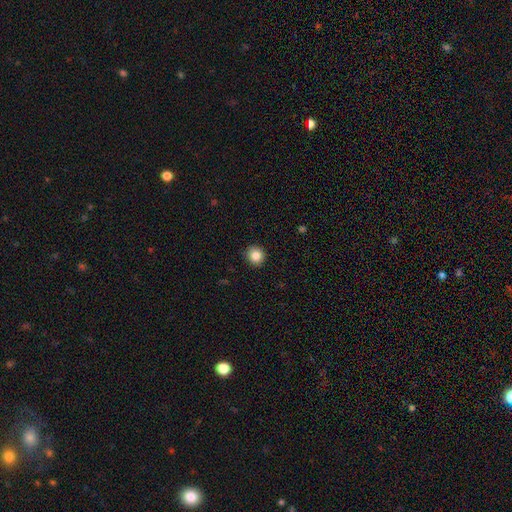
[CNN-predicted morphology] Smooth or featured: smooth — 85% (star or artifact — 10%)
How rounded: round — 91% (in between — 8%)
Merging: none — 91% (minor disturbance — 7%)